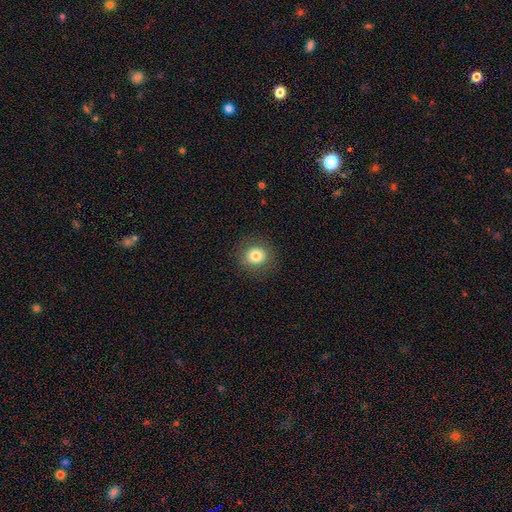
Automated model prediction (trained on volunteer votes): A smooth galaxy with no disk features (81%) that is round (88%).

Vote fractions:
- Smooth or featured? smooth: 81% / star or artifact: 11% / featured or disk: 9%
- How rounded? round: 88% / in between: 11% / cigar-shaped: 1%
- Merging? none: 89% / minor disturbance: 7% / major disturbance: 3% / merger: 1%